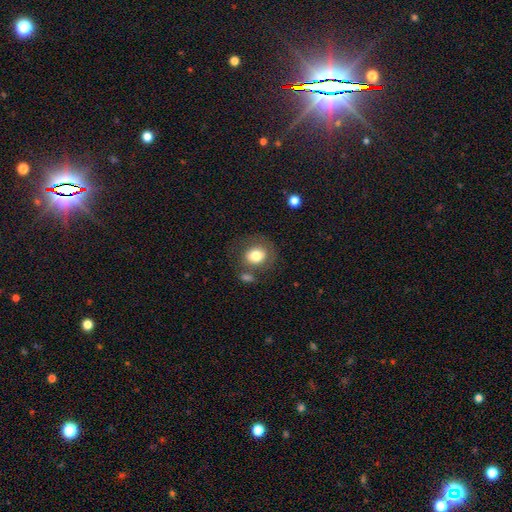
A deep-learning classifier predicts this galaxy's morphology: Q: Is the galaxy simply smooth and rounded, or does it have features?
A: smooth — 74%.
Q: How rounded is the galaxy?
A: round — 66%.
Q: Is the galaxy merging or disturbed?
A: none — 62%.